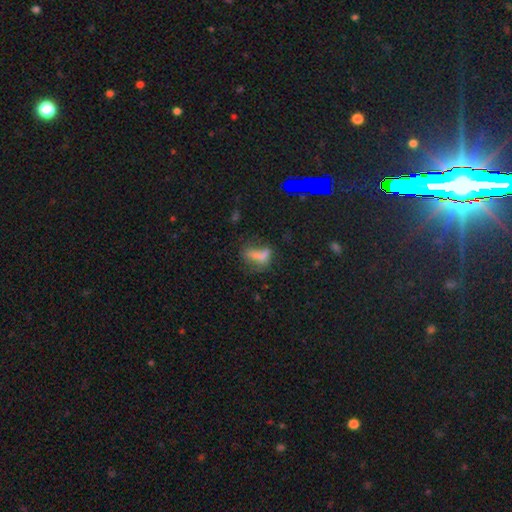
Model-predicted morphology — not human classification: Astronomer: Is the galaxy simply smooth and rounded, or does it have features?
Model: smooth — 48% (runner-up: star or artifact, 27%).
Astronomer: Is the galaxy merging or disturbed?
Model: none — 35% (runner-up: major disturbance, 27%).